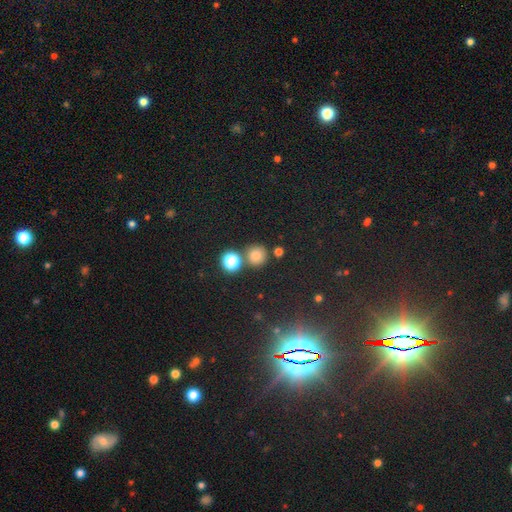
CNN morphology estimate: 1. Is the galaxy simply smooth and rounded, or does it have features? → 77% smooth, 17% star or artifact, 6% featured or disk.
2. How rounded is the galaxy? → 92% round, 7% in between, 1% cigar-shaped.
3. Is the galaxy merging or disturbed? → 76% none, 14% merger, 8% minor disturbance, 3% major disturbance.